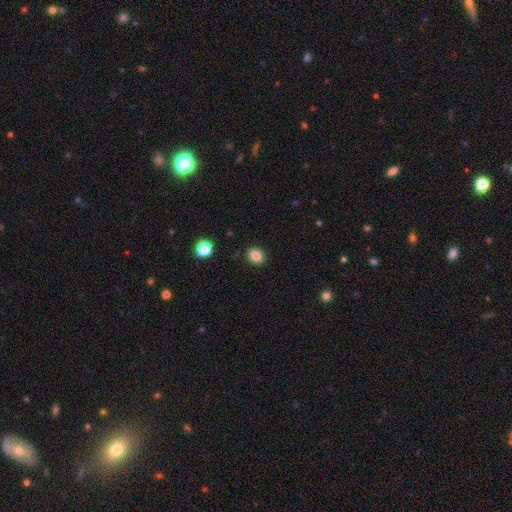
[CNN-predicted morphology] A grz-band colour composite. It shows a smooth galaxy with no disk features (85%) that is round (54%). Merging: none (89%).